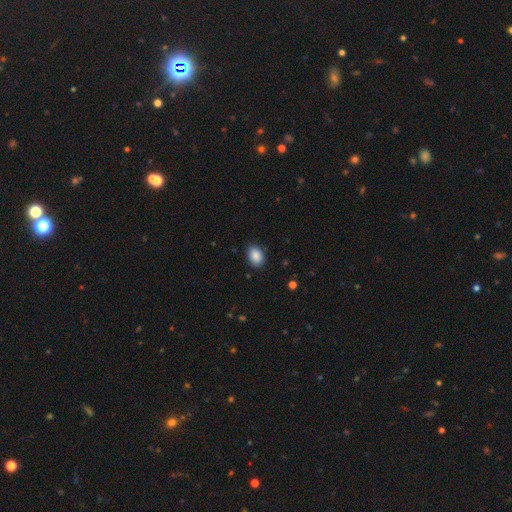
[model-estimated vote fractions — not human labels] smooth-or-featured: smooth: 89% | star or artifact: 8% | featured or disk: 3%
  how-rounded: in between: 75% | round: 24% | cigar-shaped: 1%
  merging: none: 86% | minor disturbance: 10% | major disturbance: 2% | merger: 1%